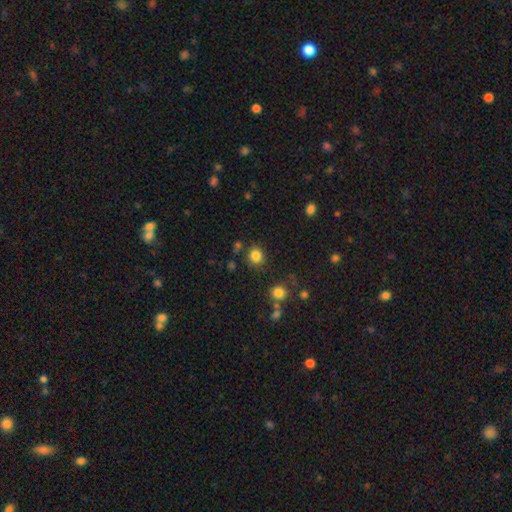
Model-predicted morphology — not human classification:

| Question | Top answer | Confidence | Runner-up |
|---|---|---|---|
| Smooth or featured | smooth | 83% | star or artifact (12%) |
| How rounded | round | 85% | in between (14%) |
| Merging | none | 83% | minor disturbance (9%) |